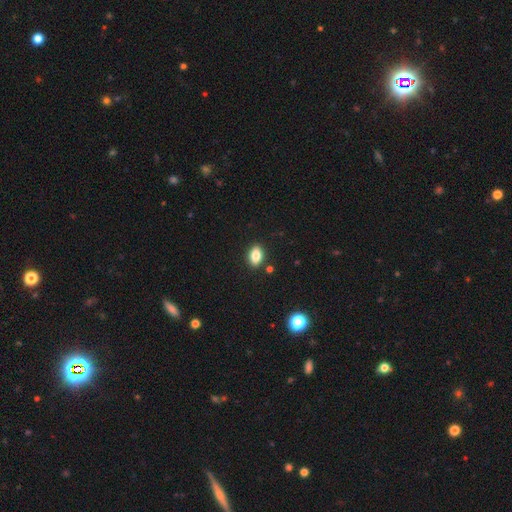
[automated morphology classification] smooth 82%, star or artifact 9%, featured or disk 9%. Down the decision tree: how rounded — in between (85%); merging — none (88%).